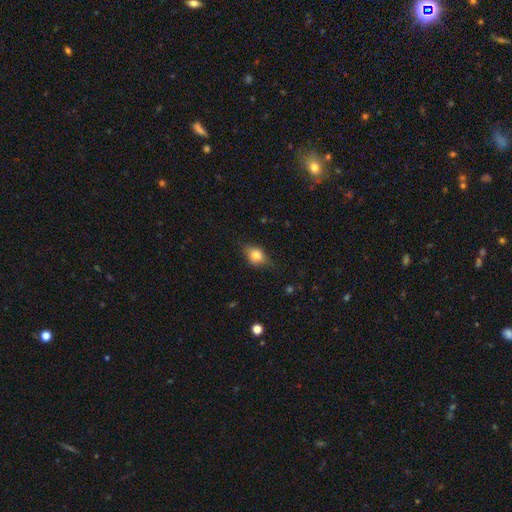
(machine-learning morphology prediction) type=smooth (71%); roundness=in between (65%); merging=none (71%).